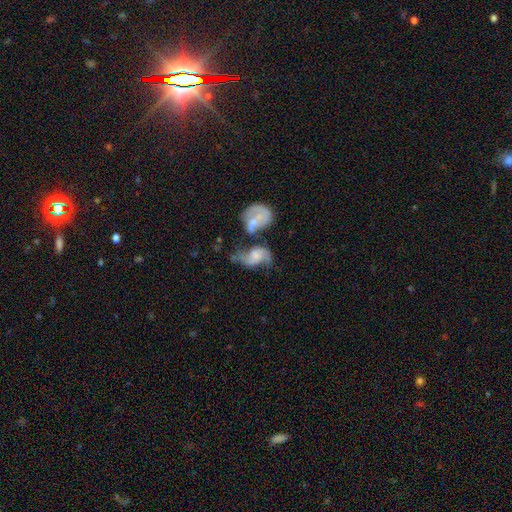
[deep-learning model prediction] The model was most divided on "bulge size" (2-way tie): small: 34%, moderate: 34%, none: 19%, large: 10%, dominant: 2%. Remaining: edge-on disk — no (97%); spiral arms — yes (93%); spiral arm count — 2 (88%); smooth or featured — featured or disk (76%); spiral winding — loose (56%); bar — no (54%); merging — merger (41%).